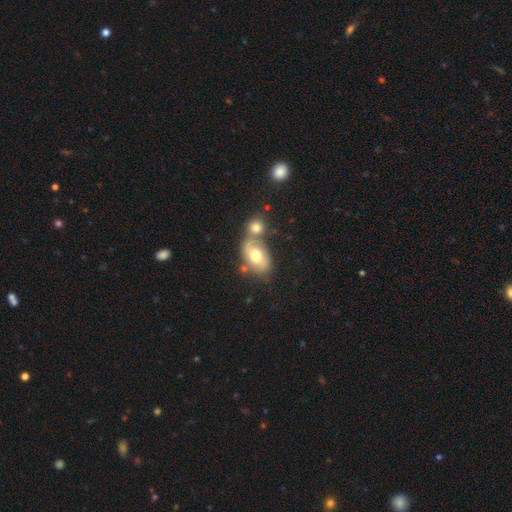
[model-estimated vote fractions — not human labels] A smooth galaxy with no disk features (62%) that is in between round and cigar-shaped (82%). Merging: merger (44%).